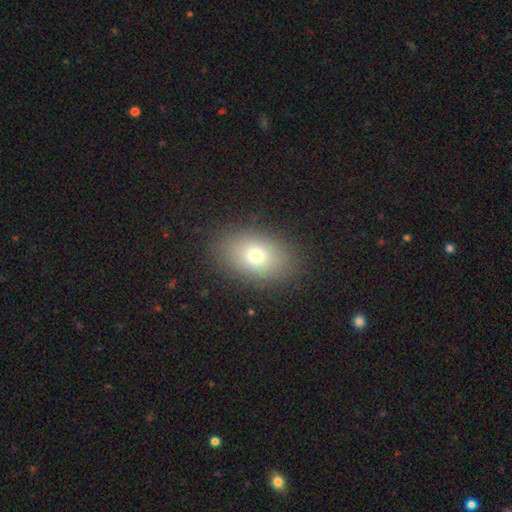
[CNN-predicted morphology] smooth 74%, featured or disk 13%, star or artifact 13%. Down the decision tree: how rounded — in between (78%); merging — none (87%).